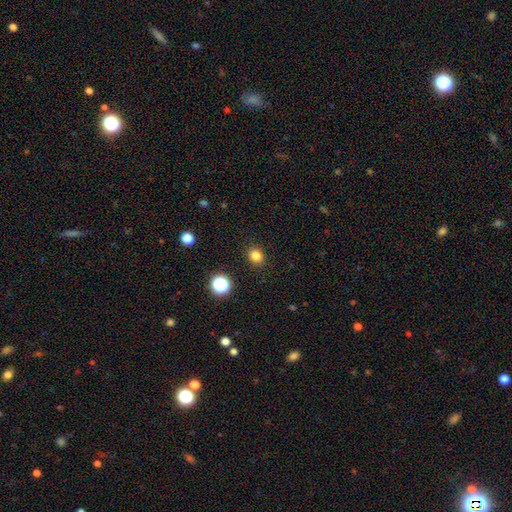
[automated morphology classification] Smooth or featured?
  - smooth: 81% *
  - star or artifact: 14%
  - featured or disk: 5%
How rounded?
  - round: 65% *
  - in between: 34%
  - cigar-shaped: 1%
Merging?
  - none: 90% *
  - minor disturbance: 7%
  - major disturbance: 2%
  - merger: 1%